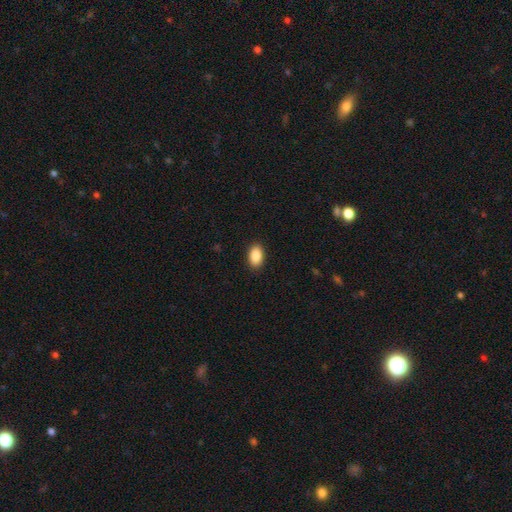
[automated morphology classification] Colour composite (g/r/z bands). It shows a smooth galaxy with no disk features (89%) that is in between round and cigar-shaped (91%). Merging: none (90%).